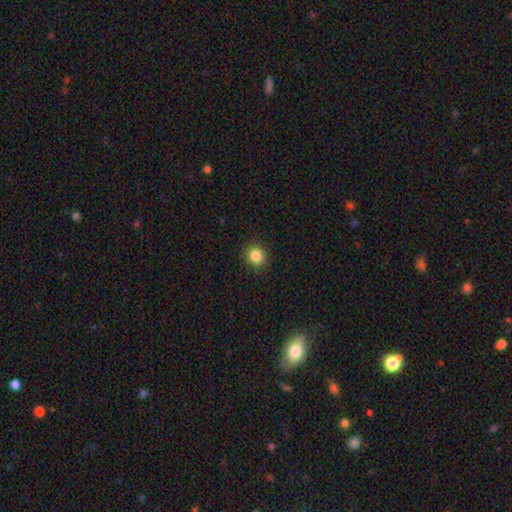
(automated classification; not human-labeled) This appears to be a smooth galaxy with no disk features (85%) that is round (79%). Merging: none (89%).